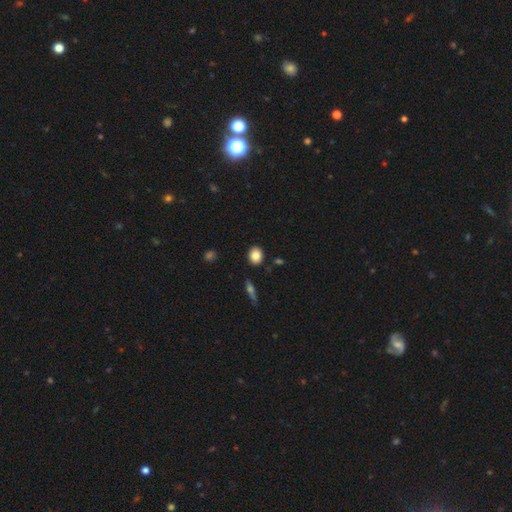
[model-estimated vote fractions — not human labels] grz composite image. It shows a smooth galaxy with no disk features (84%) that is round (55%). Merging: none (88%).